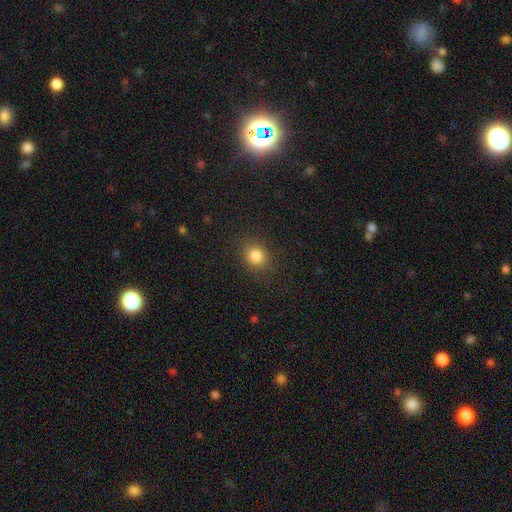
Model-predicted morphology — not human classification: smooth-or-featured: smooth: 83% | star or artifact: 12% | featured or disk: 6%
  how-rounded: round: 66% | in between: 33% | cigar-shaped: 1%
  merging: none: 85% | minor disturbance: 10% | major disturbance: 4% | merger: 1%